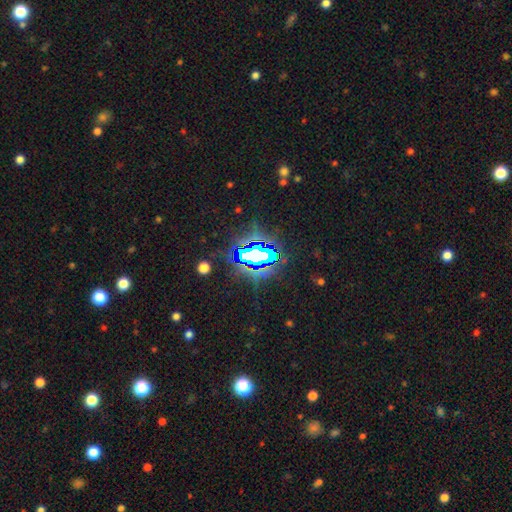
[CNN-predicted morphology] A star or artifact, not a galaxy (72%).

Vote fractions:
- Smooth or featured? star or artifact: 72% / smooth: 15% / featured or disk: 14%